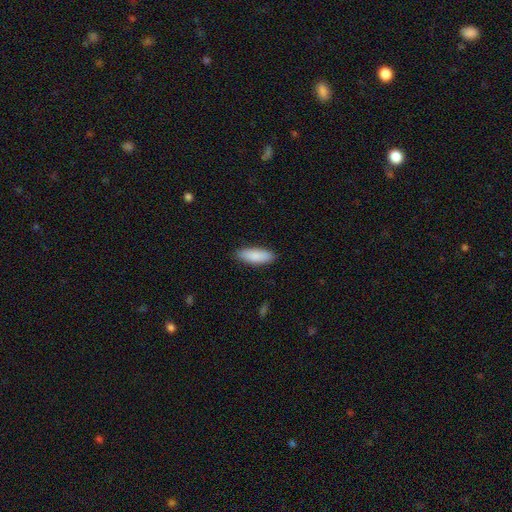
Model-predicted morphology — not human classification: Overall: smooth (88%). How rounded: in between (65%; cigar-shaped 33%). Merging: none (88%).